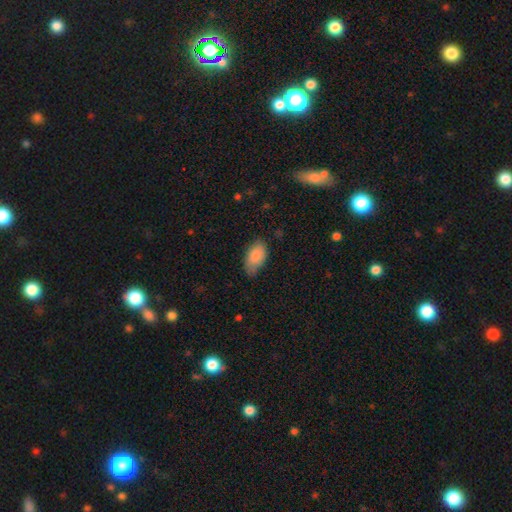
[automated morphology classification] Overall: smooth (87%). How rounded: in between (94%). Merging: none (65%; minor disturbance 28%).